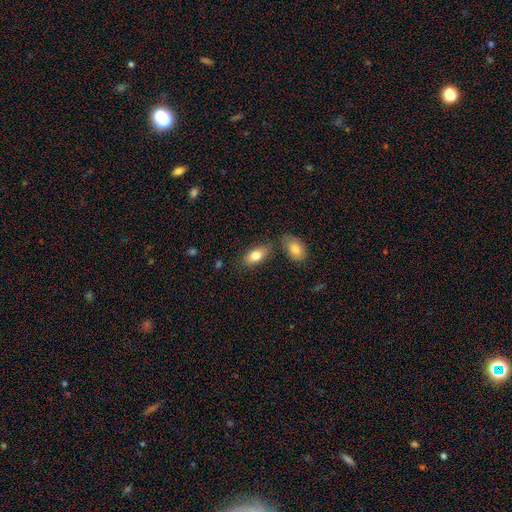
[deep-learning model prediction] Smooth or featured? Predicted: smooth (p=0.80). How rounded? Predicted: in between (p=0.90). Merging? Predicted: none (p=0.70).